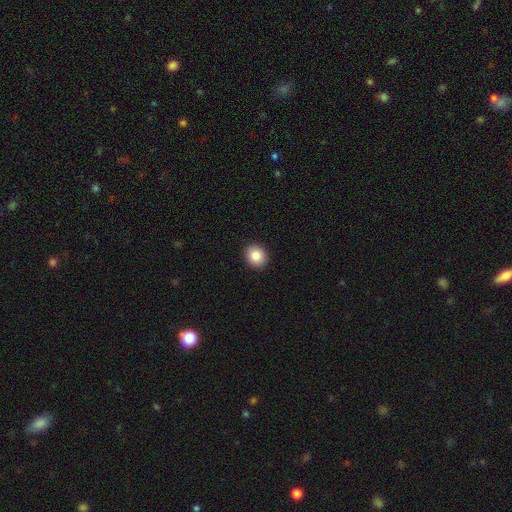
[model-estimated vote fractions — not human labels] Smooth or featured? smooth (84%)
How rounded? round (75%)
Merging? none (92%)